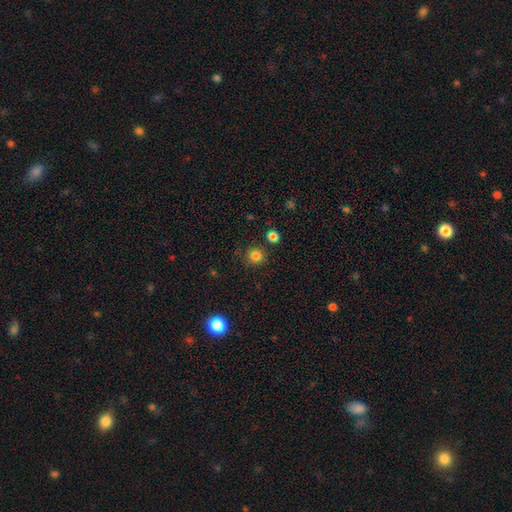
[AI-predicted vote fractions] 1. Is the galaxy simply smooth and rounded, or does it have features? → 83% smooth, 13% star or artifact, 4% featured or disk.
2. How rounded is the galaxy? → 92% round, 7% in between, 1% cigar-shaped.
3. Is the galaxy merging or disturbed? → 84% none, 8% minor disturbance, 5% merger, 3% major disturbance.